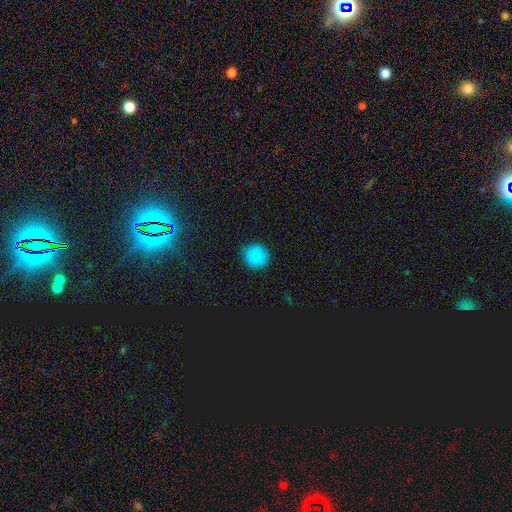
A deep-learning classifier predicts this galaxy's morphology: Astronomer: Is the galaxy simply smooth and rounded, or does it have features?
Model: smooth — 85%.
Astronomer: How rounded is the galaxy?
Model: round — 90%.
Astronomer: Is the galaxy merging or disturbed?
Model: none — 87%.